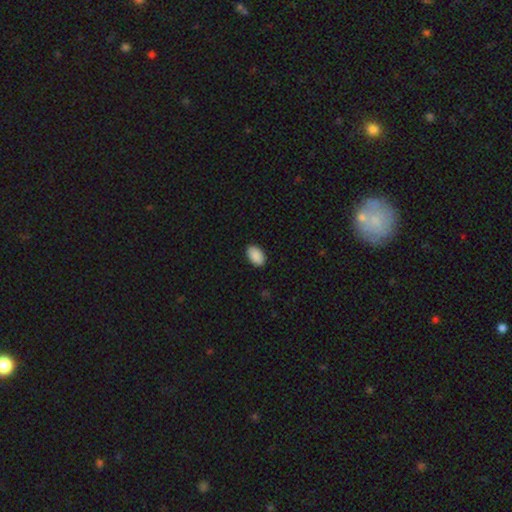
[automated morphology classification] The model was most divided on "merging": none: 90%, minor disturbance: 8%, major disturbance: 2%, merger: 1%. More confident: how rounded — in between (91%); smooth or featured — smooth (90%).